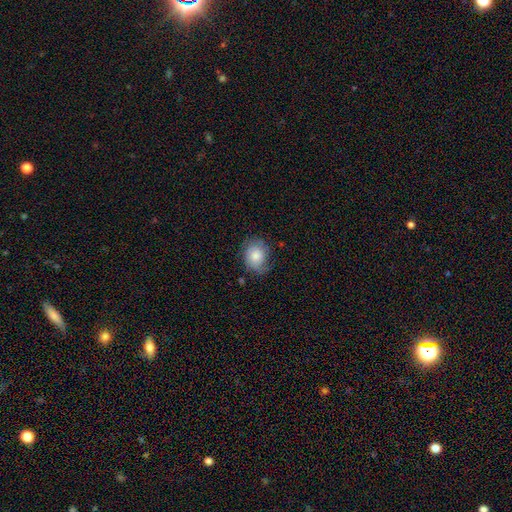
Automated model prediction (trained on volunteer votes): Smooth or featured: smooth — 68% (featured or disk — 24%)
How rounded: round — 55% (in between — 44%)
Merging: none — 60% (minor disturbance — 28%)